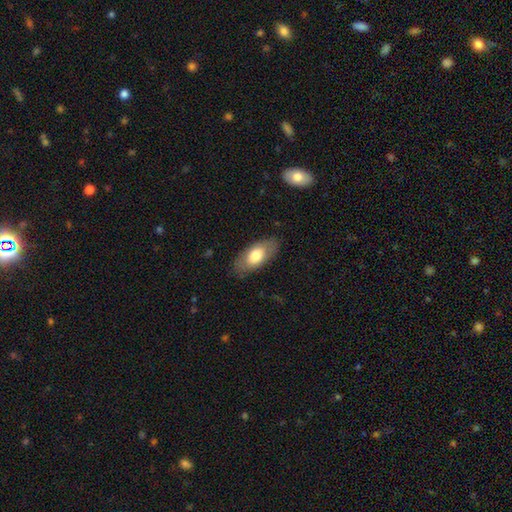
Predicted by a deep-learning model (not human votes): Smooth or featured?
  - smooth: 71% *
  - featured or disk: 23%
  - star or artifact: 6%
How rounded?
  - in between: 91% *
  - cigar-shaped: 6%
  - round: 3%
Merging?
  - none: 81% *
  - minor disturbance: 14%
  - major disturbance: 4%
  - merger: 1%